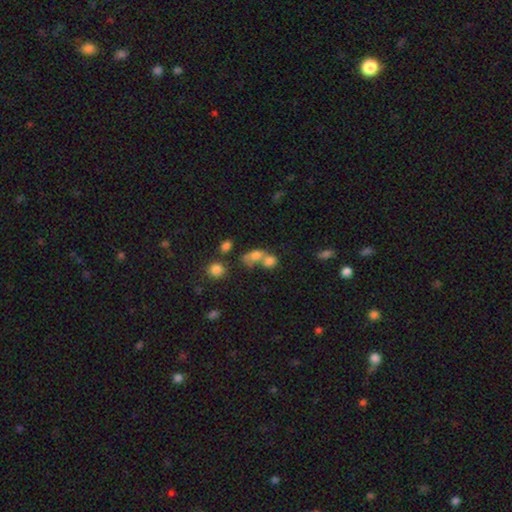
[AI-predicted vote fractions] Smooth or featured? Predicted: smooth (p=0.71). How rounded? Predicted: in between (p=0.57). Merging? Predicted: merger (p=0.58).